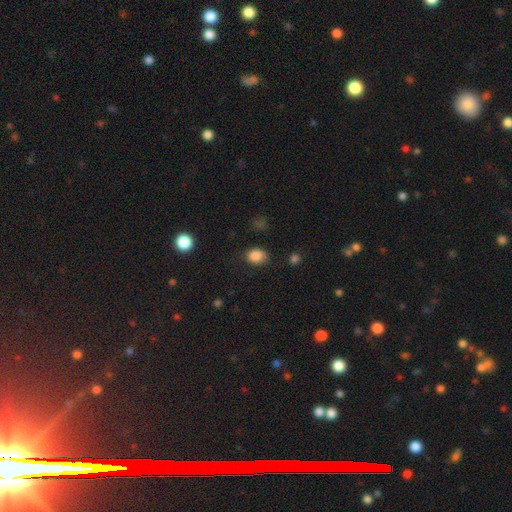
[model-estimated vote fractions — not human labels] smooth-or-featured: smooth: 86% | star or artifact: 10% | featured or disk: 4%
  how-rounded: in between: 53% | round: 46% | cigar-shaped: 1%
  merging: none: 74% | minor disturbance: 19% | major disturbance: 5% | merger: 2%